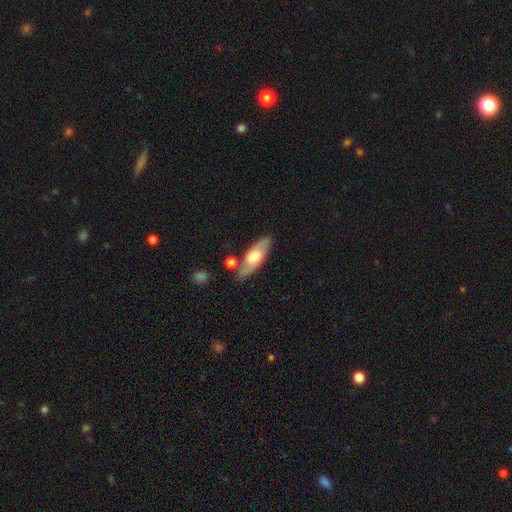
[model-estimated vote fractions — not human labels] Smooth or featured? featured or disk (54%)
Edge-on disk? no (53%)
Merging? none (73%)